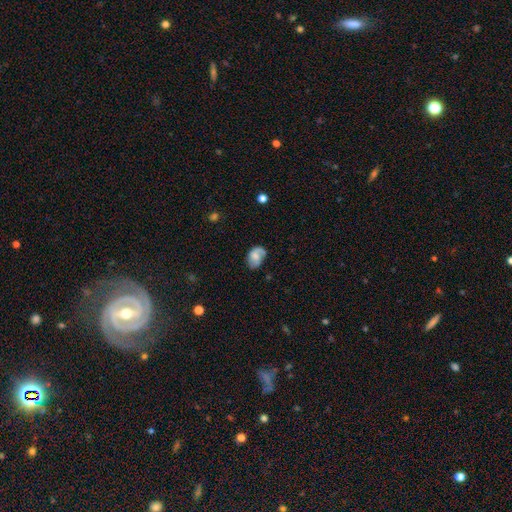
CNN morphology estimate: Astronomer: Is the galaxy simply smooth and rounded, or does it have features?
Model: featured or disk — 48% (runner-up: smooth, 43%).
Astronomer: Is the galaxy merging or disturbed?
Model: none — 51% (runner-up: minor disturbance, 30%).